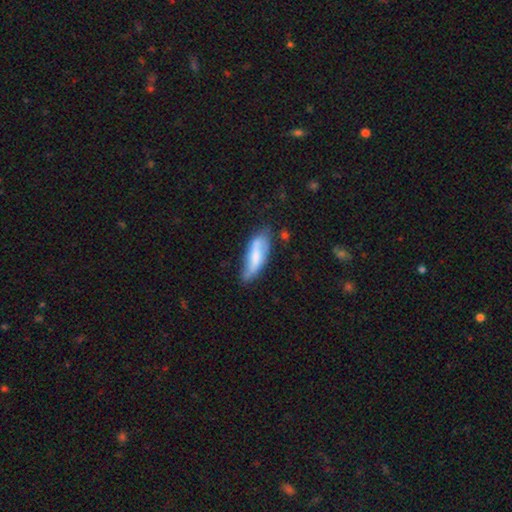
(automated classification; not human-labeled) Smooth or featured: smooth — 46% (featured or disk — 44%)
Merging: none — 67% (minor disturbance — 24%)